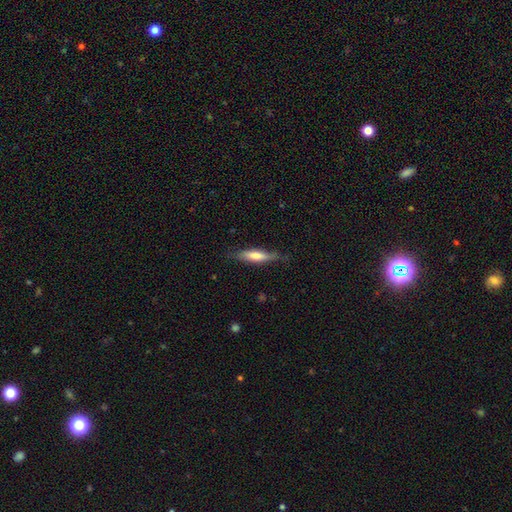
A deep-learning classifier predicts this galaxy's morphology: The model was most divided on "smooth or featured": smooth: 63%, featured or disk: 31%, star or artifact: 6%. More confident: how rounded — cigar-shaped (72%); merging — none (70%).